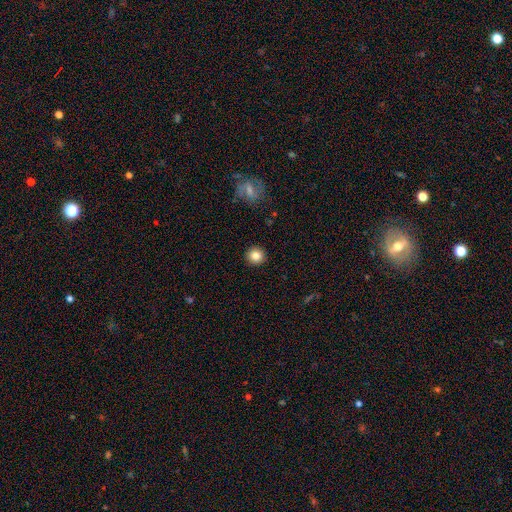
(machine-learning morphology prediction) type=smooth (83%); roundness=round (94%); merging=none (92%).